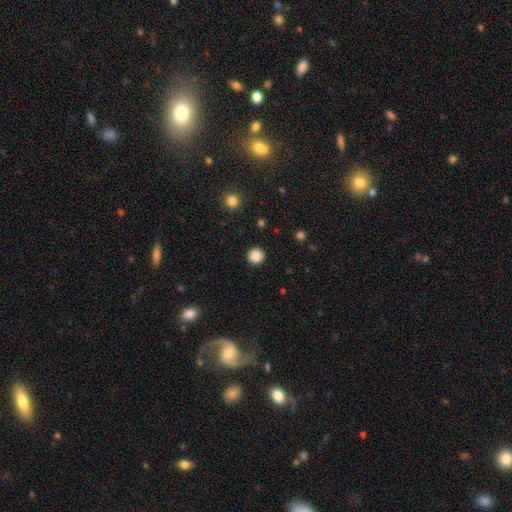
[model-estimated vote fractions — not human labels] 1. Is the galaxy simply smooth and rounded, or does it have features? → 87% smooth, 10% star or artifact, 3% featured or disk.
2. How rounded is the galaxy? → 95% round, 4% in between, 1% cigar-shaped.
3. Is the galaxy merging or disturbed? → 92% none, 5% minor disturbance, 2% major disturbance, 1% merger.